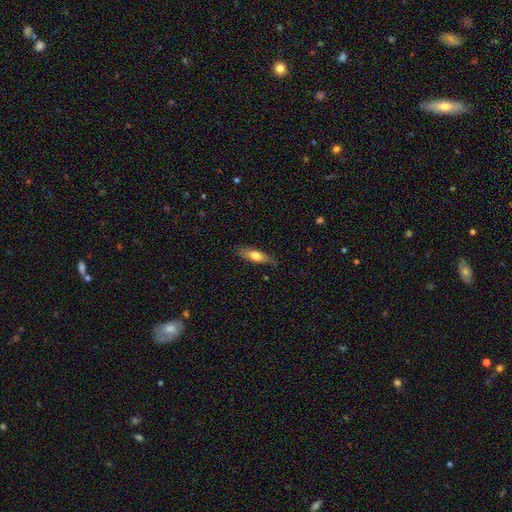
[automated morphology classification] A smooth galaxy with no disk features (67%) that is cigar-shaped (53%). Merging: none (79%).